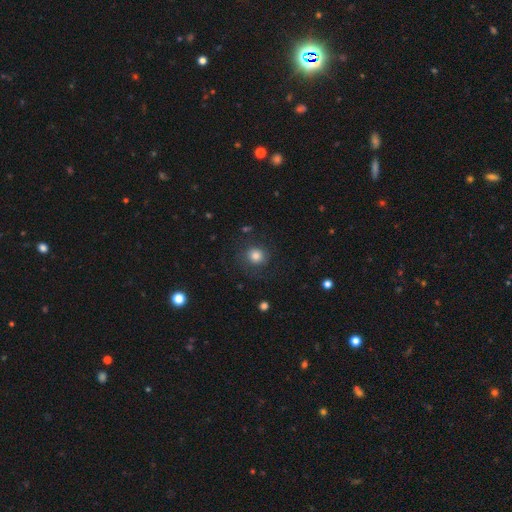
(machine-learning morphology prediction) A smooth galaxy with no disk features (78%) that is round (87%).

Vote fractions:
- Smooth or featured? smooth: 78% / star or artifact: 12% / featured or disk: 10%
- How rounded? round: 87% / in between: 12% / cigar-shaped: 1%
- Merging? none: 77% / minor disturbance: 13% / major disturbance: 8% / merger: 2%